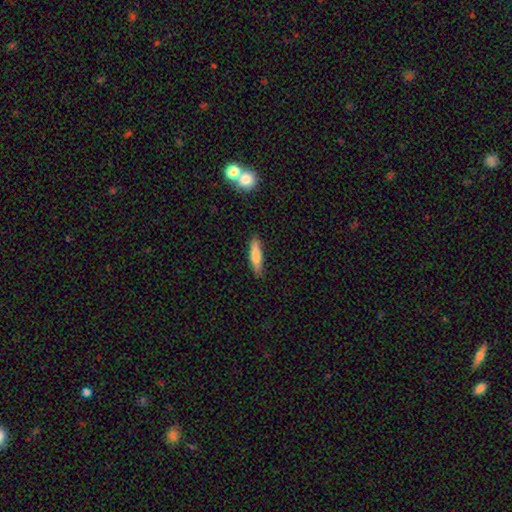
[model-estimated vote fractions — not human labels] Smooth or featured?
  - smooth: 75% *
  - featured or disk: 19%
  - star or artifact: 6%
How rounded?
  - cigar-shaped: 79% *
  - in between: 20%
  - round: 2%
Merging?
  - none: 87% *
  - minor disturbance: 10%
  - major disturbance: 2%
  - merger: 1%